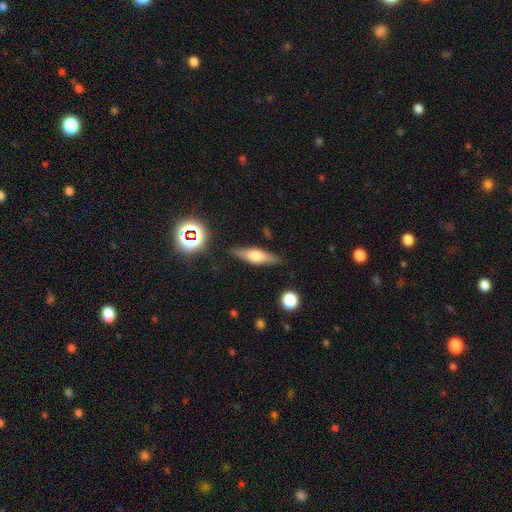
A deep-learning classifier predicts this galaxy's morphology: A featured or disk galaxy (47%).

Vote fractions:
- Smooth or featured? featured or disk: 47% / smooth: 44% / star or artifact: 8%
- Merging? none: 84% / minor disturbance: 11% / major disturbance: 3% / merger: 2%